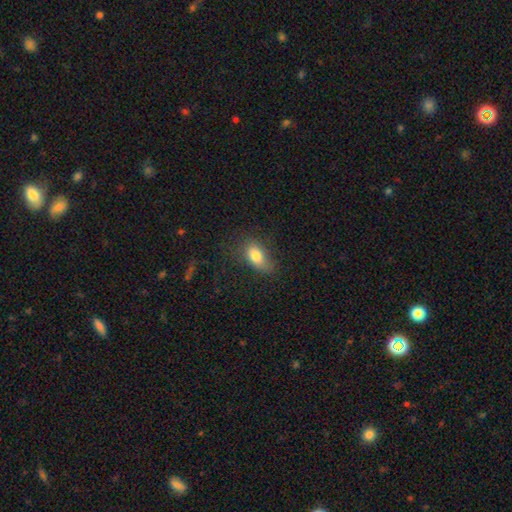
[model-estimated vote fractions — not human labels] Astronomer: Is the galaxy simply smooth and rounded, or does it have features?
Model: smooth — 80%.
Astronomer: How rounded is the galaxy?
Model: in between — 88%.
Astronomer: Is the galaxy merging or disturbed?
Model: none — 59%.